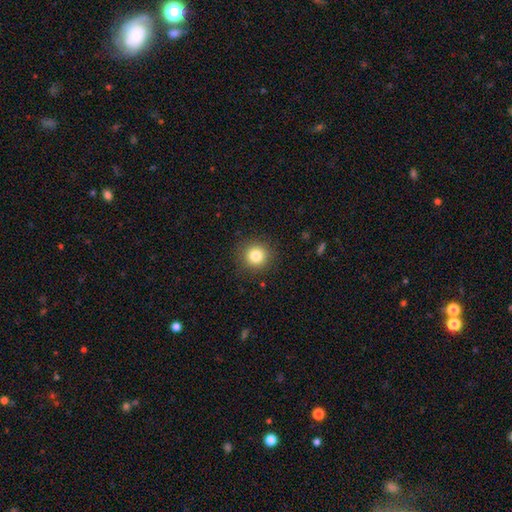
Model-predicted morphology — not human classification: type=smooth (83%); roundness=round (93%); merging=none (89%).